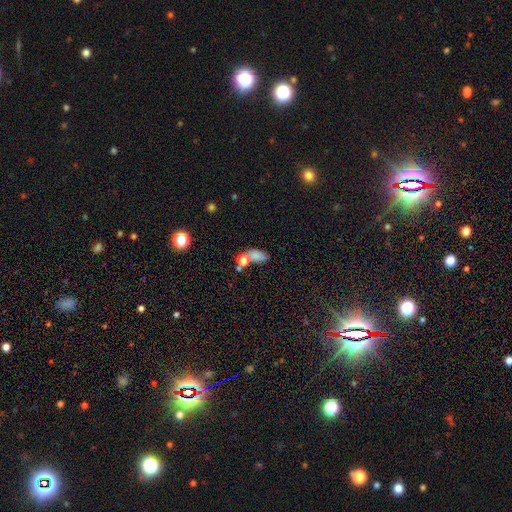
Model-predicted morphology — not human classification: Q: Smooth or featured?
A: smooth (76%); runner-up: star or artifact (13%)
Q: How rounded?
A: in between (83%); runner-up: round (12%)
Q: Merging?
A: none (45%); runner-up: merger (30%)